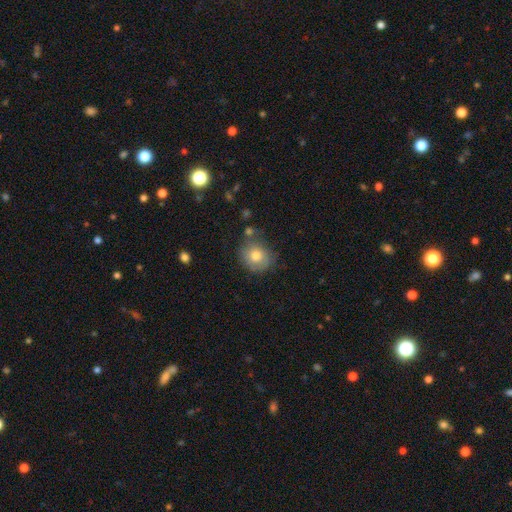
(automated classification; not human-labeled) smooth_or_featured: smooth (p=0.74) [alt: featured or disk p=0.18]
how_rounded: round (p=0.77) [alt: in between p=0.22]
merging: none (p=0.63) [alt: minor disturbance p=0.23]